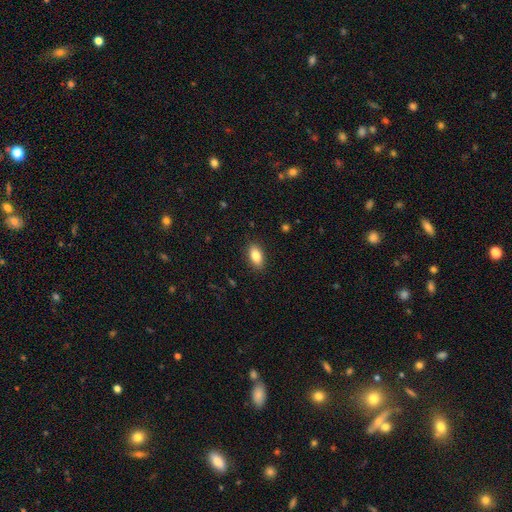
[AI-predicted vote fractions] Overall: smooth (84%). How rounded: in between (89%). Merging: none (88%).